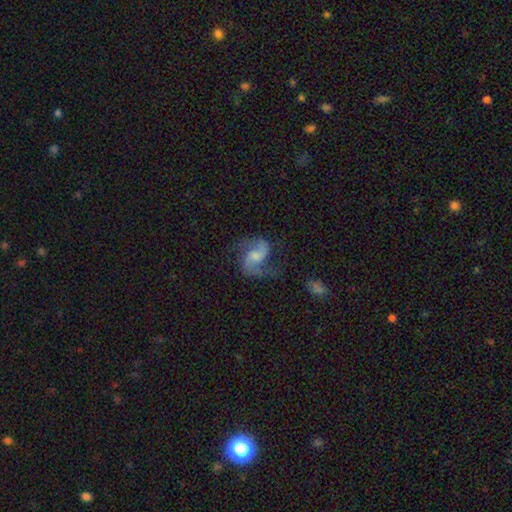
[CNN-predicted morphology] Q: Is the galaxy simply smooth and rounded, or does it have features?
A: featured or disk — 84%.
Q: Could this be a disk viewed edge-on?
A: no — 98%.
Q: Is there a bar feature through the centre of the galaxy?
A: weak — 48%.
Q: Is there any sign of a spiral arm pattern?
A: yes — 96%.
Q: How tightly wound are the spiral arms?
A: loose — 52%.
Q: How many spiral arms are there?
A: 2 — 92%.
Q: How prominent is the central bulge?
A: moderate — 37%.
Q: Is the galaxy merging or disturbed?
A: none — 62%.